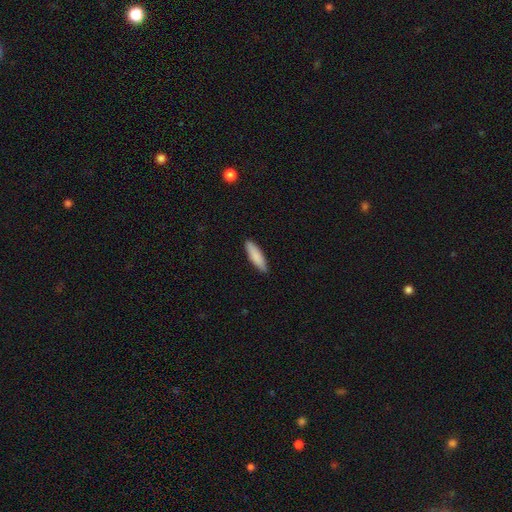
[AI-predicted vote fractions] Smooth or featured? smooth (87%)
How rounded? cigar-shaped (64%)
Merging? none (89%)